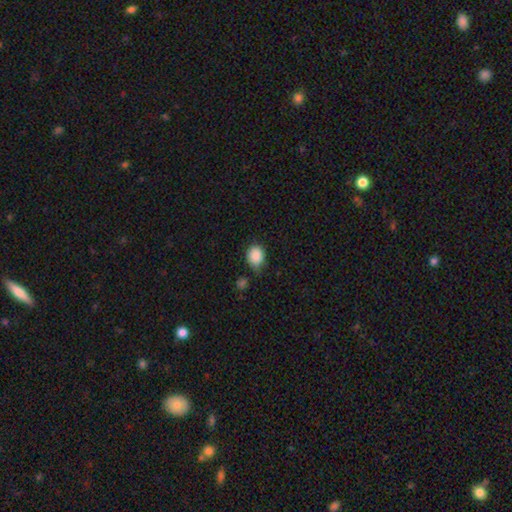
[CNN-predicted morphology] type=smooth (88%); roundness=round (58%); merging=none (62%).